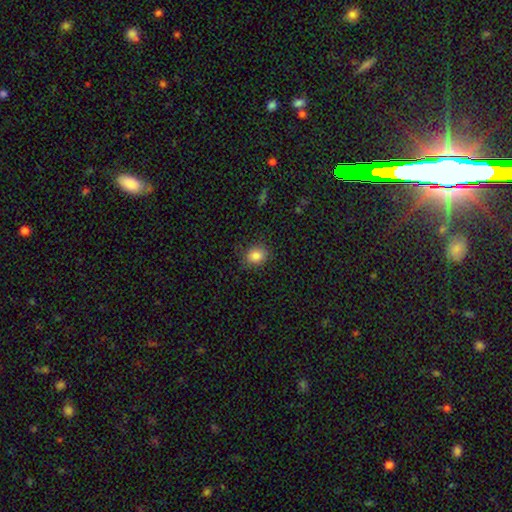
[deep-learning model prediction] smooth-or-featured: smooth: 85% | star or artifact: 10% | featured or disk: 4%
  how-rounded: round: 60% | in between: 39% | cigar-shaped: 1%
  merging: none: 84% | minor disturbance: 12% | major disturbance: 3% | merger: 1%